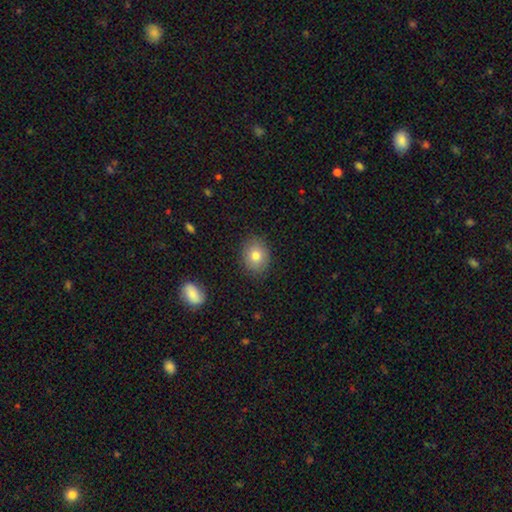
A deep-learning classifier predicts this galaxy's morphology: Overall: smooth (78%). How rounded: round (53%; in between 46%). Merging: none (86%).